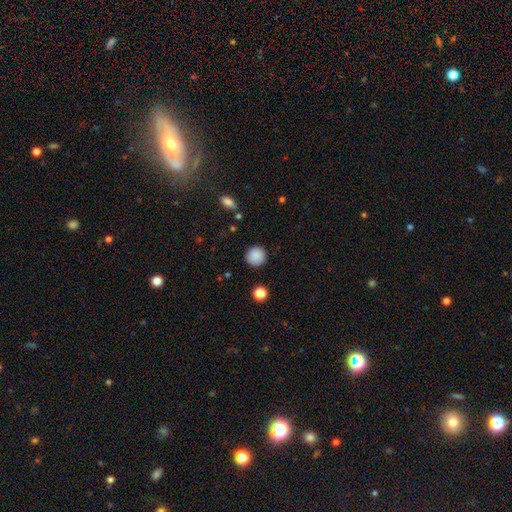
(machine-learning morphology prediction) This appears to be a smooth galaxy with no disk features (88%) that is round (95%). Merging: none (90%).